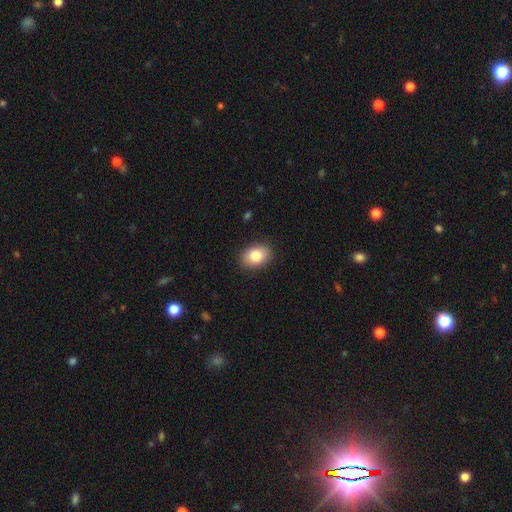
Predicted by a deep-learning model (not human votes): A smooth galaxy with no disk features (82%) that is in between round and cigar-shaped (77%).

Vote fractions:
- Smooth or featured? smooth: 82% / featured or disk: 10% / star or artifact: 8%
- How rounded? in between: 77% / round: 22% / cigar-shaped: 1%
- Merging? none: 89% / minor disturbance: 8% / major disturbance: 2% / merger: 1%